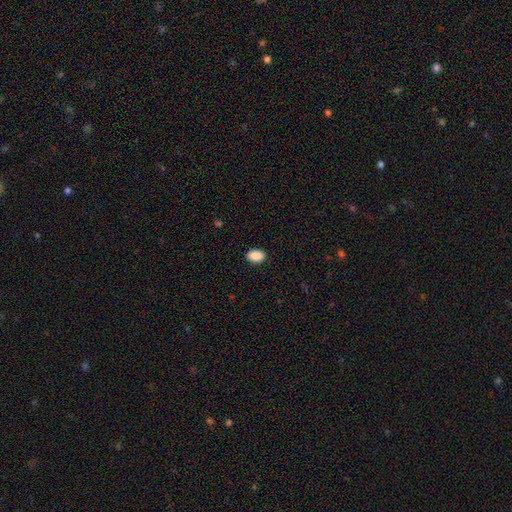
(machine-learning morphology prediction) The model was most divided on "how rounded": in between: 82%, round: 17%, cigar-shaped: 1%. More confident: smooth or featured — smooth (90%); merging — none (90%).